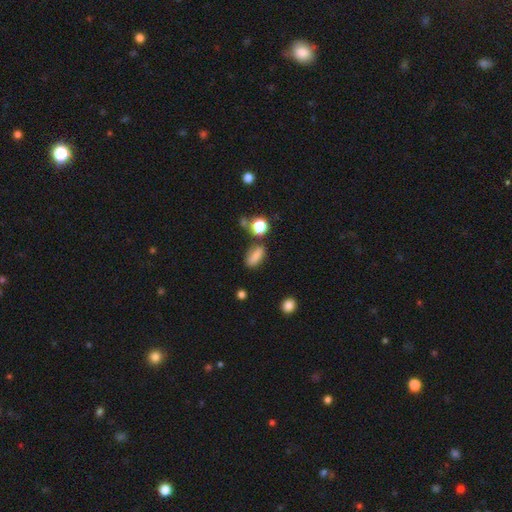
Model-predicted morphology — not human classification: Smooth or featured? smooth (80%)
How rounded? in between (72%)
Merging? none (72%)